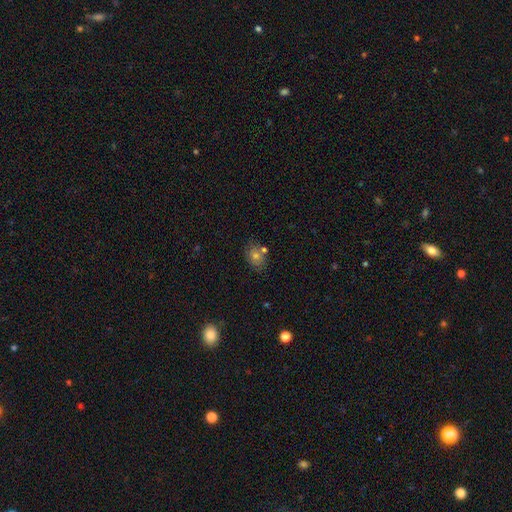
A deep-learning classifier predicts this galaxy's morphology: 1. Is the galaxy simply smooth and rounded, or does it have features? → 64% smooth, 20% star or artifact, 17% featured or disk.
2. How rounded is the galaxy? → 64% in between, 34% round, 2% cigar-shaped.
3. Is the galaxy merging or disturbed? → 71% none, 14% minor disturbance, 11% merger, 4% major disturbance.